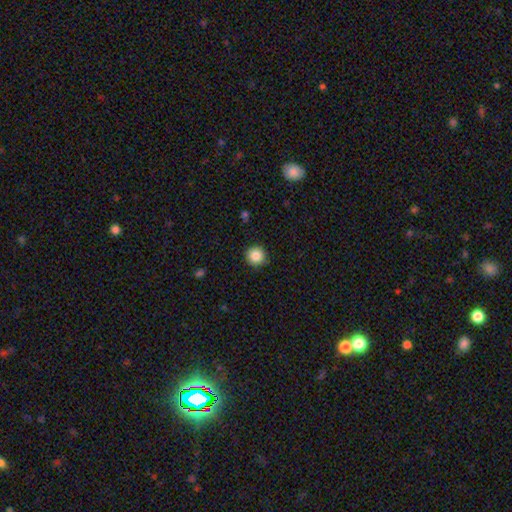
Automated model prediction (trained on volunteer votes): Morphology: type=smooth (86%); roundness=round (95%); merging=none (90%).